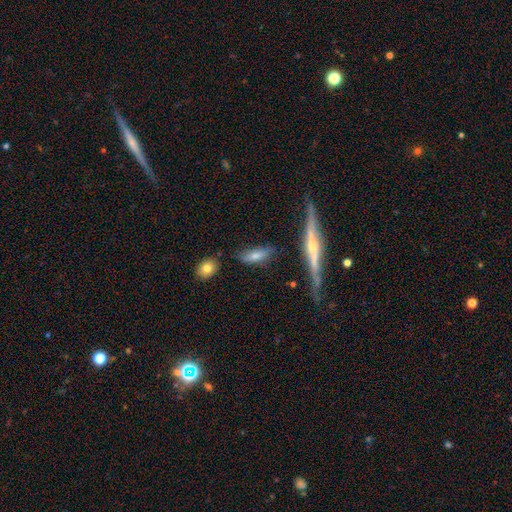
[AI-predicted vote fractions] Morphology: type=smooth (66%); roundness=in between (52%); merging=none (71%).